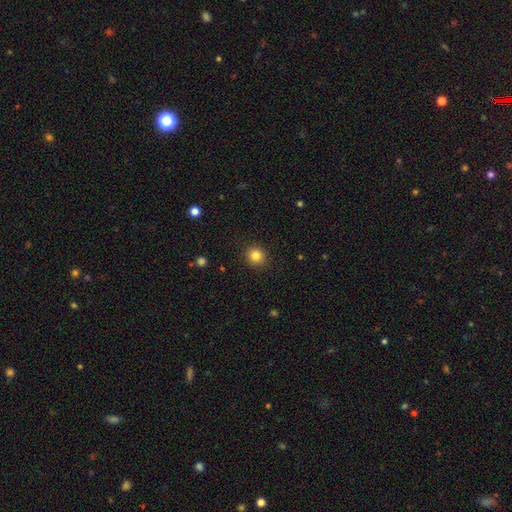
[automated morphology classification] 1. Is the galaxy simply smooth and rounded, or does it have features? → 83% smooth, 11% star or artifact, 5% featured or disk.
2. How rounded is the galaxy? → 91% round, 8% in between, 1% cigar-shaped.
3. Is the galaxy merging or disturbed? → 91% none, 6% minor disturbance, 2% major disturbance, 1% merger.